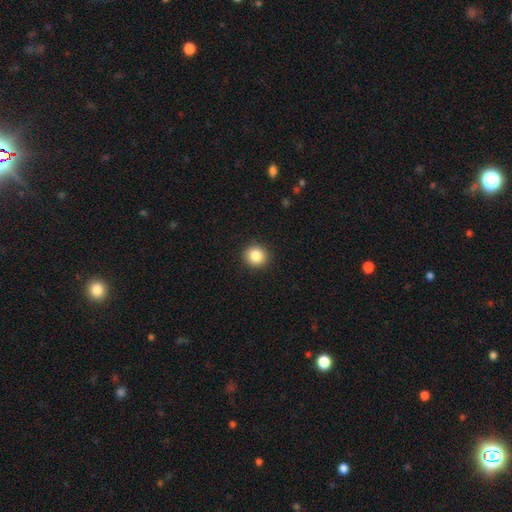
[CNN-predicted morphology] smooth 86%, star or artifact 10%, featured or disk 5%. Down the decision tree: how rounded — round (92%); merging — none (92%).